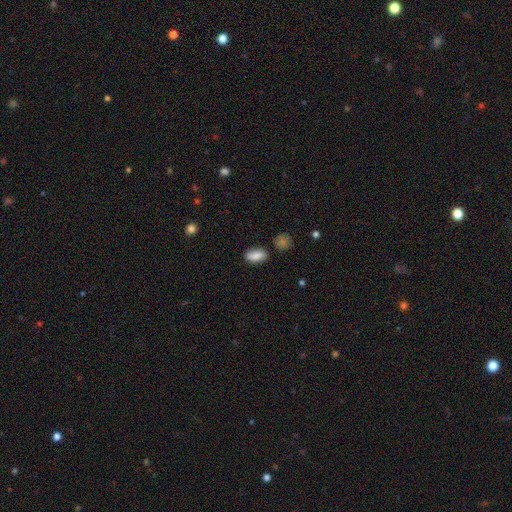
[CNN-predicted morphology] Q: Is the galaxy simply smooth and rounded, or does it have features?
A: smooth — 82%.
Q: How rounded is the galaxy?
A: in between — 86%.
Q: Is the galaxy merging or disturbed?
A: none — 74%.